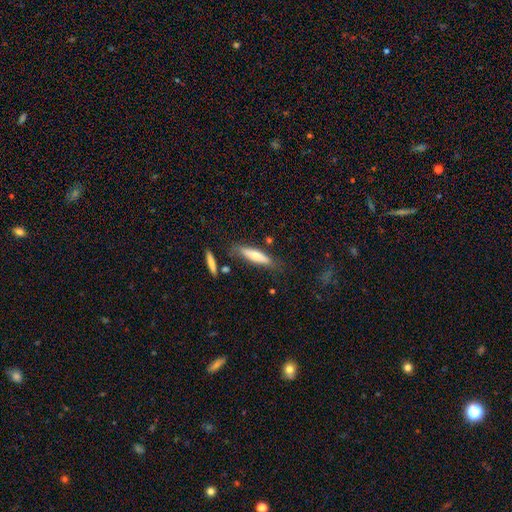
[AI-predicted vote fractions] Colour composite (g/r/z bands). It shows a smooth galaxy with no disk features (59%) that is cigar-shaped (71%). Merging: none (73%).